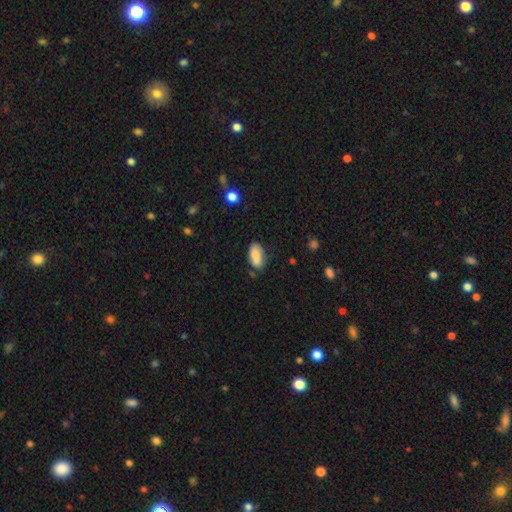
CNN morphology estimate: This appears to be a smooth galaxy with no disk features (84%) that is in between round and cigar-shaped (92%). Merging: none (71%).